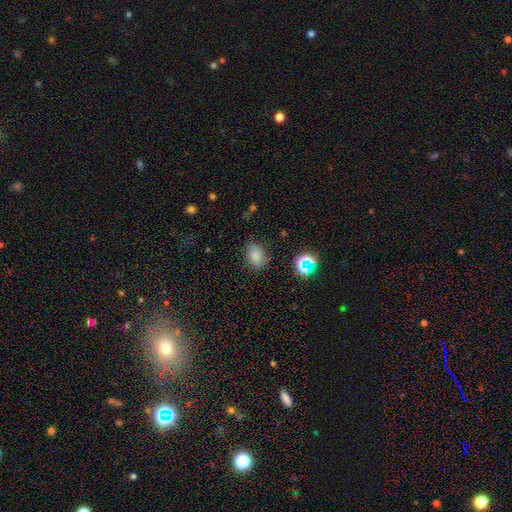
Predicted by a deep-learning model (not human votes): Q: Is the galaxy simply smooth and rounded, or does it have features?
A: smooth — 78%.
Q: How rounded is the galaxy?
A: in between — 58%.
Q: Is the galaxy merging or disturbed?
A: none — 74%.